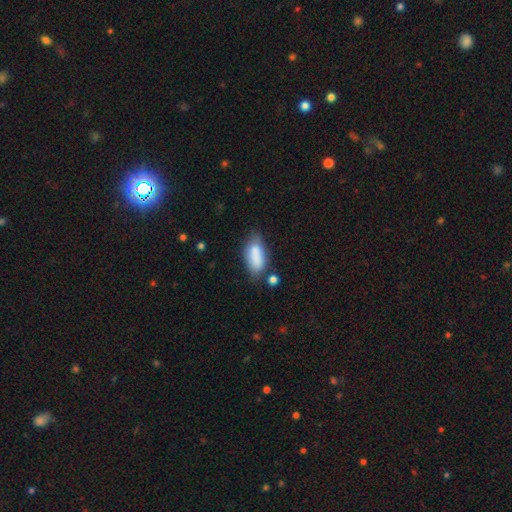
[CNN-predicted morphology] The model was most divided on "merging": none: 59%, minor disturbance: 26%, merger: 8%, major disturbance: 7%. More confident: how rounded — in between (84%); smooth or featured — smooth (83%).